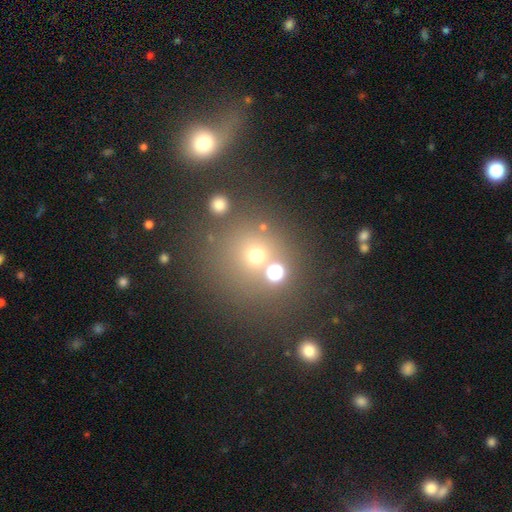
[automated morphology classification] Smooth or featured? Predicted: smooth (p=0.61). How rounded? Predicted: round (p=0.89). Merging? Predicted: none (p=0.70).